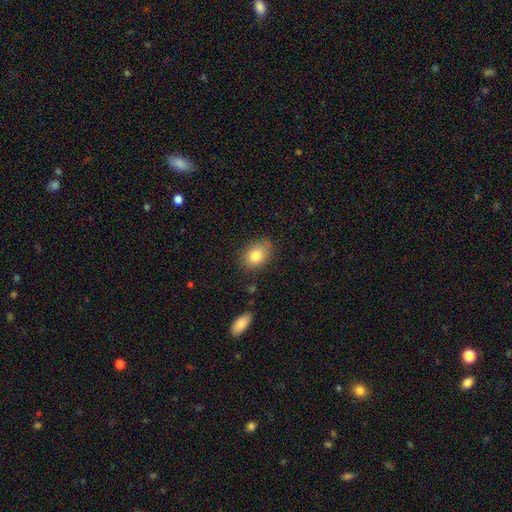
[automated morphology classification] This appears to be a smooth galaxy with no disk features (82%) that is in between round and cigar-shaped (78%). Merging: none (76%).